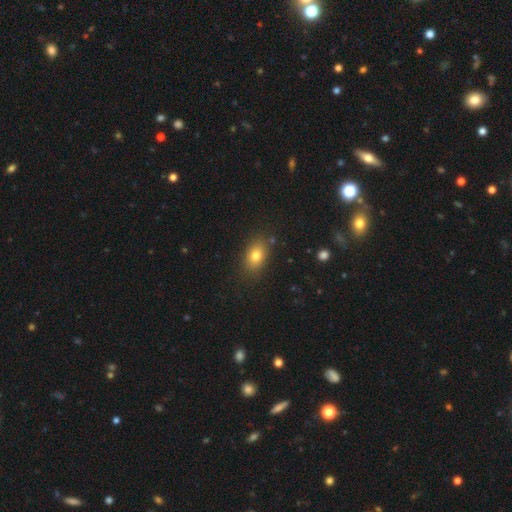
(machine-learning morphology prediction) This appears to be a smooth galaxy with no disk features (79%) that is in between round and cigar-shaped (79%). Merging: none (83%).